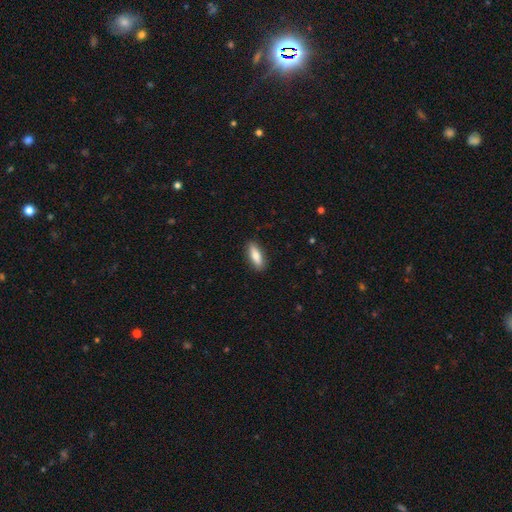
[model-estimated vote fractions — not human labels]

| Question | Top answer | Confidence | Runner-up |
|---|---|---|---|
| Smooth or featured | smooth | 78% | featured or disk (16%) |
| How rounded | in between | 58% | cigar-shaped (39%) |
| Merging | none | 89% | minor disturbance (9%) |